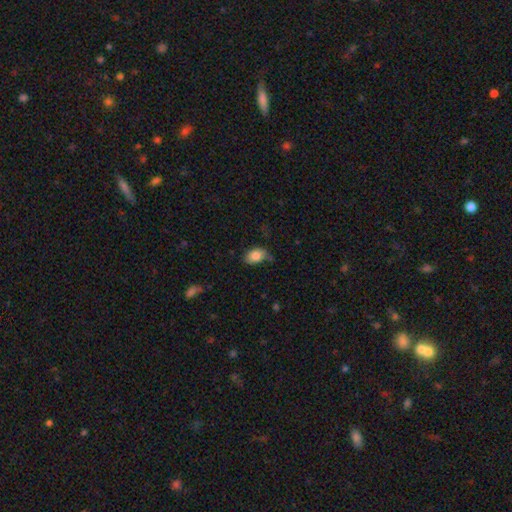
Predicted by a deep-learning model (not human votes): A smooth galaxy with no disk features (83%) that is in between round and cigar-shaped (83%). Merging: none (56%).